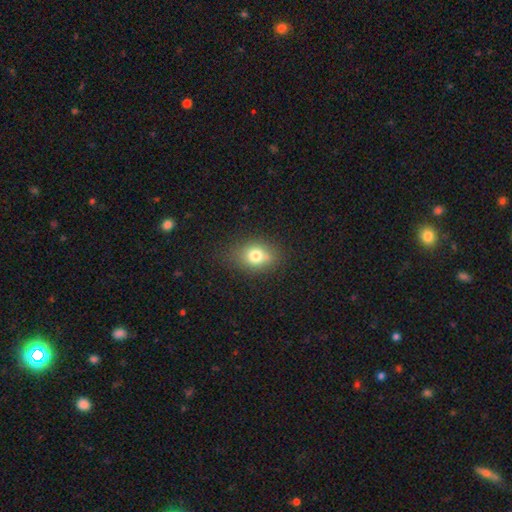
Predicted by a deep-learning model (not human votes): This appears to be a smooth galaxy with no disk features (76%) that is in between round and cigar-shaped (53%). Merging: none (71%).